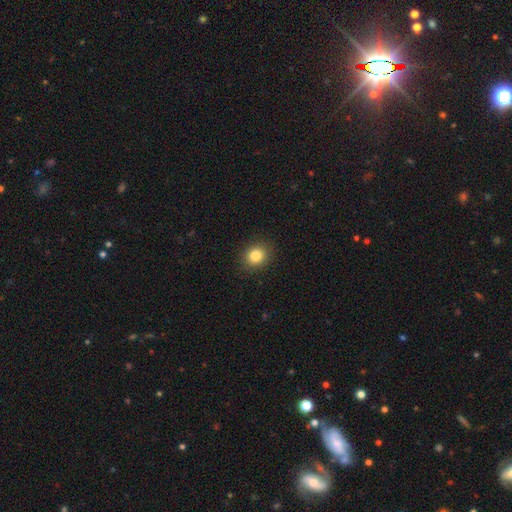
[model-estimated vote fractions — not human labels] Smooth or featured? smooth (83%)
How rounded? round (70%)
Merging? none (90%)